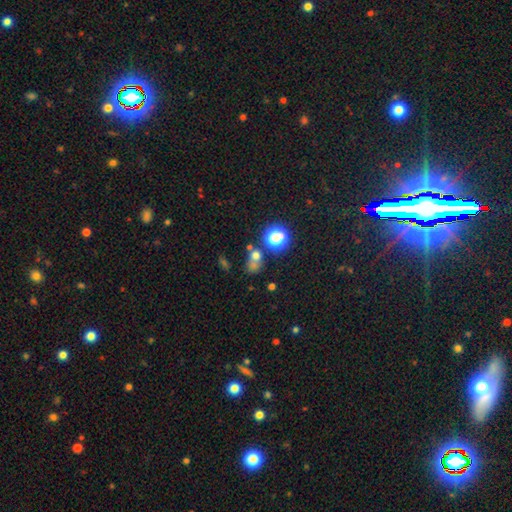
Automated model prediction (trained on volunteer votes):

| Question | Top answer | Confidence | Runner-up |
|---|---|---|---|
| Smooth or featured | smooth | 59% | star or artifact (28%) |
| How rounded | round | 65% | in between (33%) |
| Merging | none | 42% | merger (32%) |